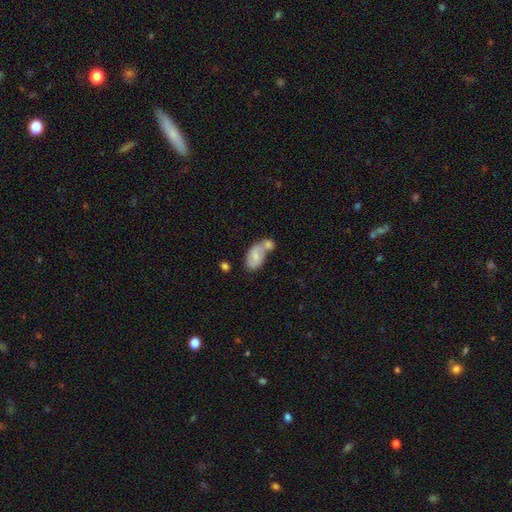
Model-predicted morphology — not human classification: Smooth or featured? smooth (62%)
How rounded? in between (91%)
Merging? merger (60%)